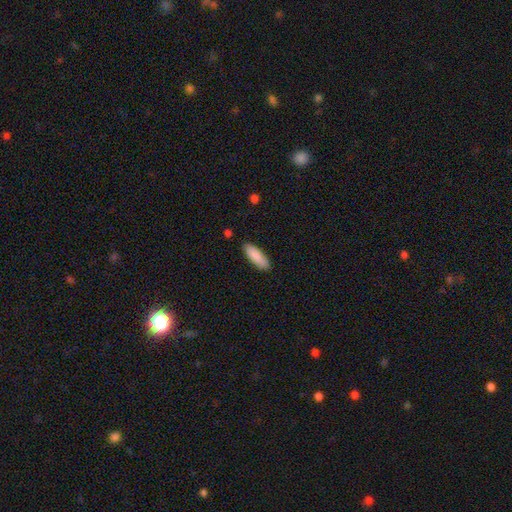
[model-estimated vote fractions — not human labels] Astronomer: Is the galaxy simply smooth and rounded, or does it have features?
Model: smooth — 87%.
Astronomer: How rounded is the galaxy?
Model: in between — 55% (runner-up: cigar-shaped, 44%).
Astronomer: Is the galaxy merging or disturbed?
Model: none — 85%.